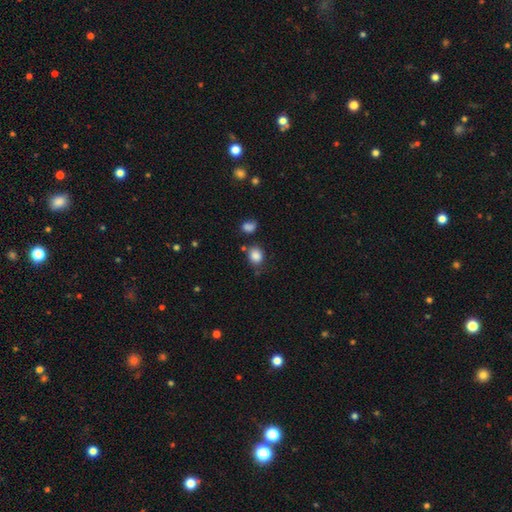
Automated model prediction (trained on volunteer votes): This is clearly a smooth galaxy (86%). How rounded: likely round (67%). Merging: likely none (69%).